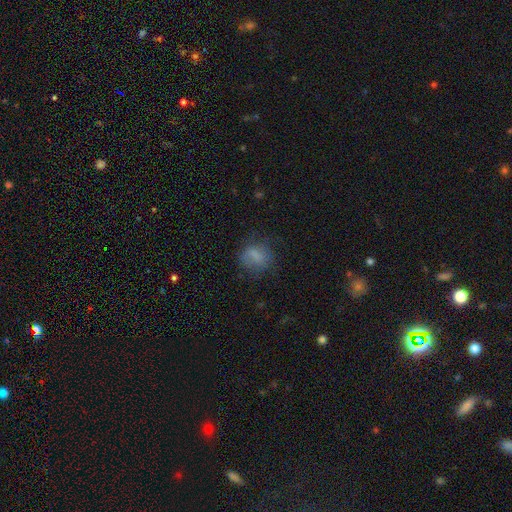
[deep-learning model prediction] Smooth or featured? smooth (73%)
How rounded? round (55%)
Merging? none (63%)